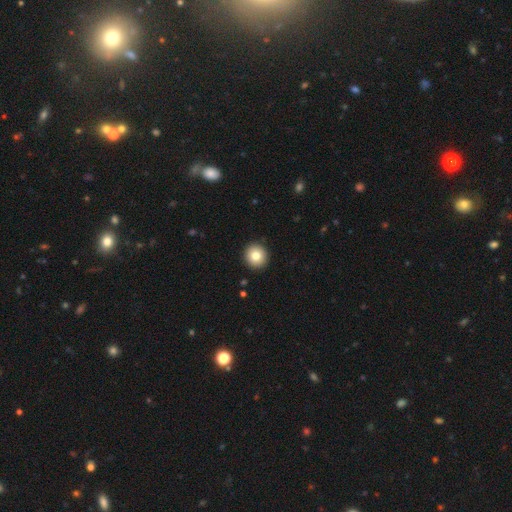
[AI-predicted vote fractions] A smooth galaxy with no disk features (80%) that is round (93%). Merging: none (93%).